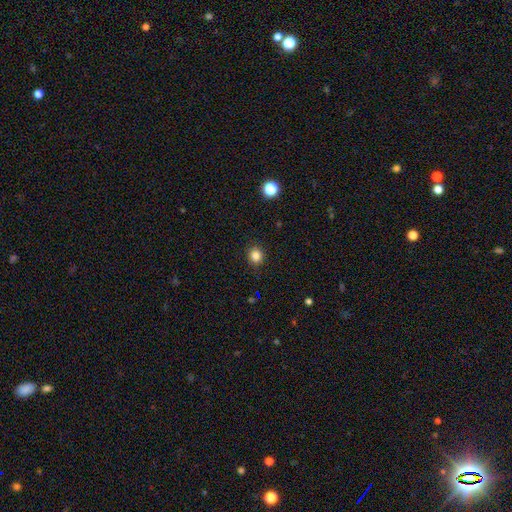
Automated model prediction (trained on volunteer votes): A smooth galaxy with no disk features (83%) that is round (82%).

Vote fractions:
- Smooth or featured? smooth: 83% / star or artifact: 12% / featured or disk: 5%
- How rounded? round: 82% / in between: 17% / cigar-shaped: 1%
- Merging? none: 90% / minor disturbance: 7% / major disturbance: 2% / merger: 1%